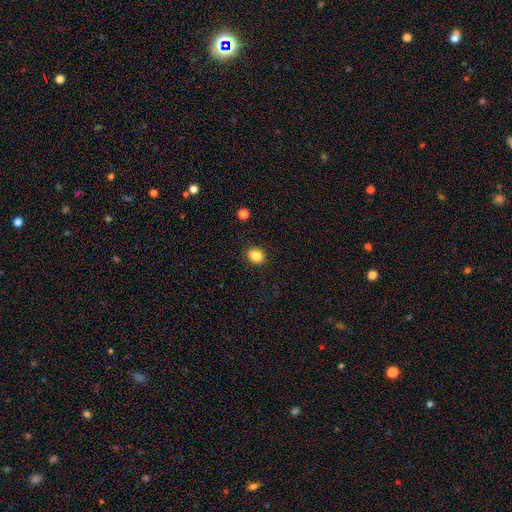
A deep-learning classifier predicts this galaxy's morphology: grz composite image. It shows a smooth galaxy with no disk features (85%) that is in between round and cigar-shaped (54%). Merging: none (90%).